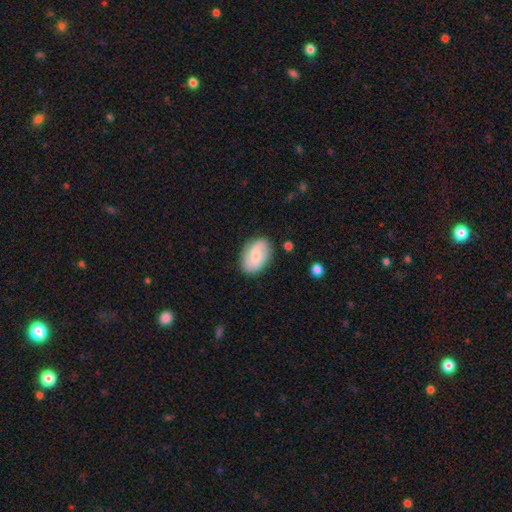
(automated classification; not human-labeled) A smooth galaxy with no disk features (60%) that is in between round and cigar-shaped (88%). Merging: none (80%).